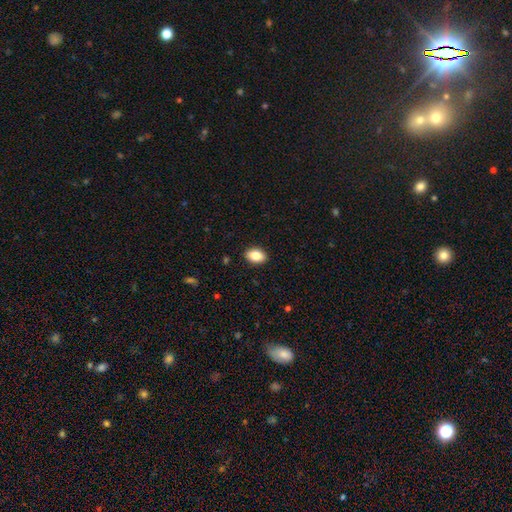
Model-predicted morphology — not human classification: This is clearly a smooth galaxy (86%). How rounded: clearly in between (87%). Merging: clearly none (90%).